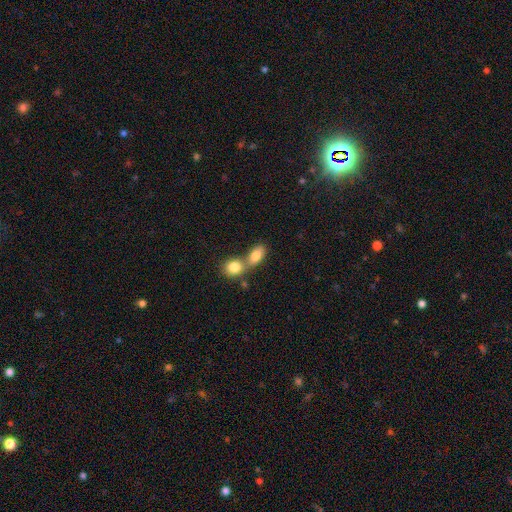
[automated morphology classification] Q: Smooth or featured?
A: smooth (81%); runner-up: featured or disk (11%)
Q: How rounded?
A: in between (80%); runner-up: round (16%)
Q: Merging?
A: merger (57%); runner-up: none (32%)